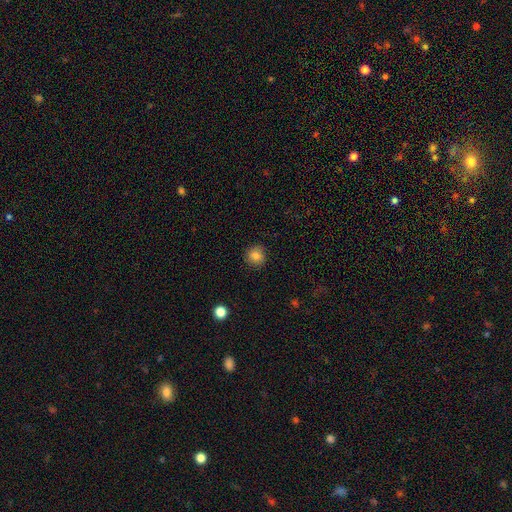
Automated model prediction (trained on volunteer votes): Smooth or featured? Predicted: smooth (p=0.82). How rounded? Predicted: round (p=0.90). Merging? Predicted: none (p=0.89).